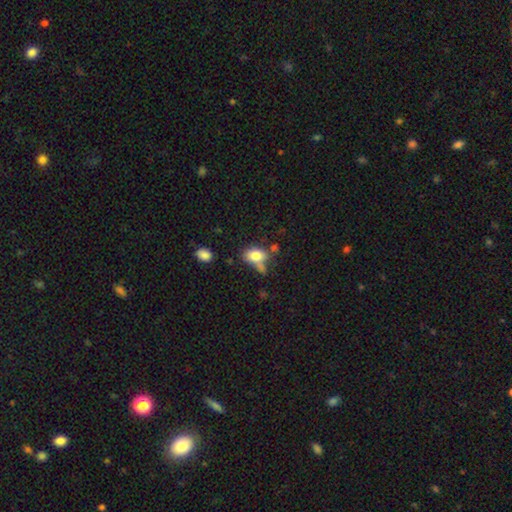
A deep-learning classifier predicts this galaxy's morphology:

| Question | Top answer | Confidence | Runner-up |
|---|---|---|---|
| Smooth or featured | smooth | 77% | featured or disk (13%) |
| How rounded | in between | 83% | round (14%) |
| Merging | none | 43% | minor disturbance (23%) |